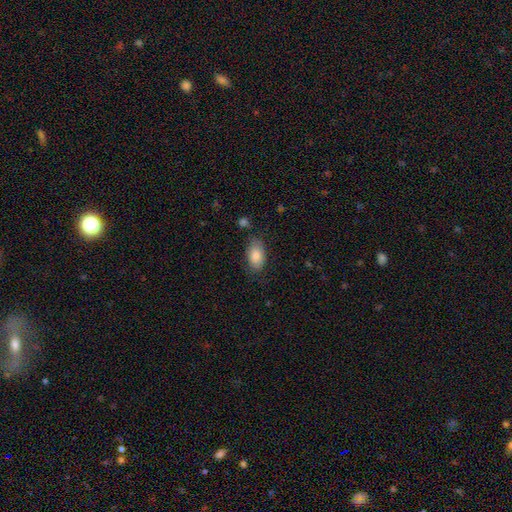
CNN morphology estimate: type=smooth (85%); roundness=in between (93%); merging=none (75%).